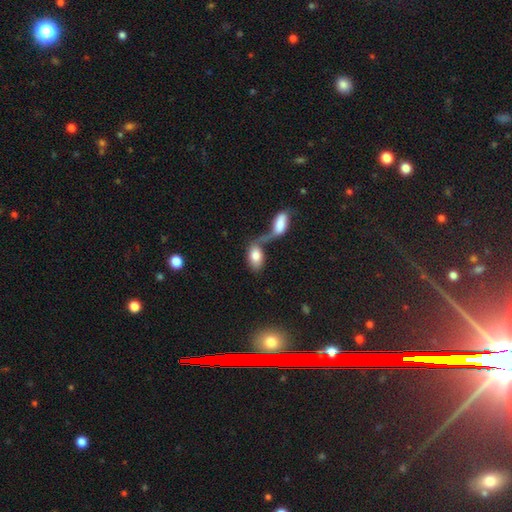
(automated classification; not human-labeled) This is likely a smooth galaxy (79%). How rounded: clearly in between (92%). Merging: likely merger (62%).